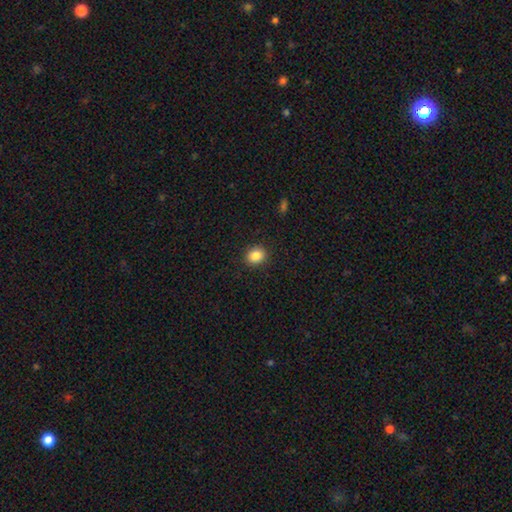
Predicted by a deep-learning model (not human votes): This is clearly a smooth galaxy (86%). How rounded: likely round (67%). Merging: clearly none (90%).